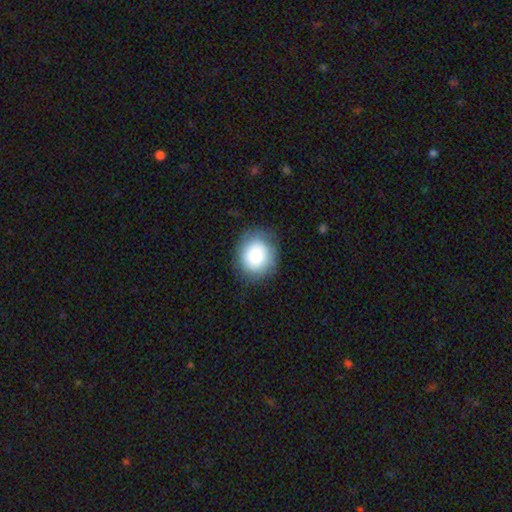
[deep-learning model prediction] smooth-or-featured: smooth: 84% | featured or disk: 9% | star or artifact: 8%
  how-rounded: round: 74% | in between: 25% | cigar-shaped: 1%
  merging: none: 80% | minor disturbance: 14% | major disturbance: 4% | merger: 1%